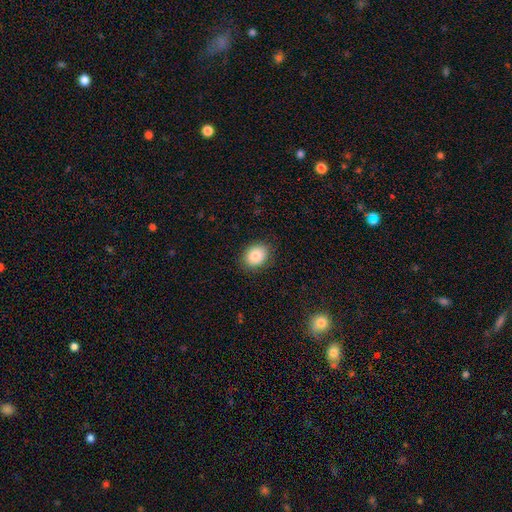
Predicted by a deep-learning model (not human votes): Morphology: type=smooth (86%); roundness=in between (54%); merging=none (87%).